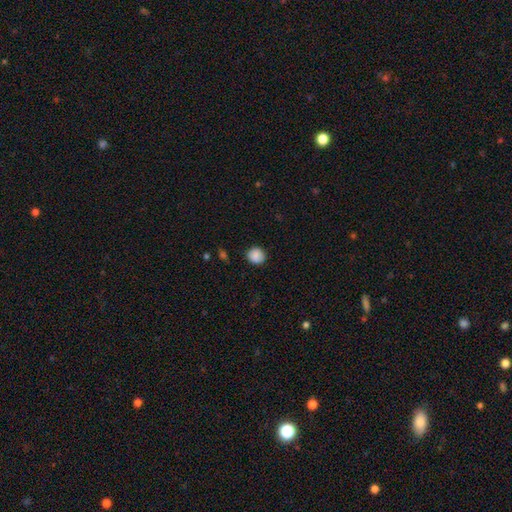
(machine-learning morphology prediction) A smooth galaxy with no disk features (87%) that is round (84%). Merging: none (84%).